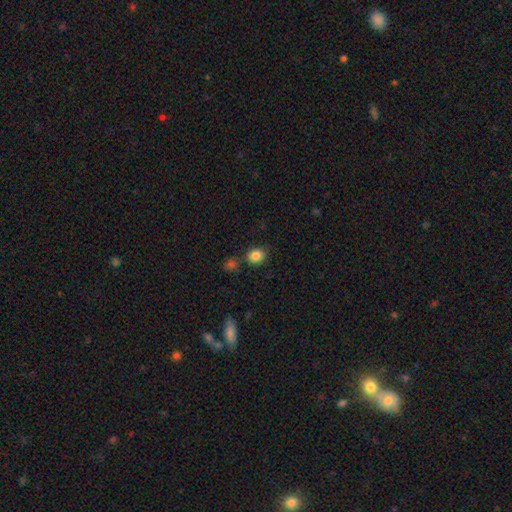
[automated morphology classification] Overall: smooth (85%). How rounded: round (60%; in between 39%). Merging: none (77%).